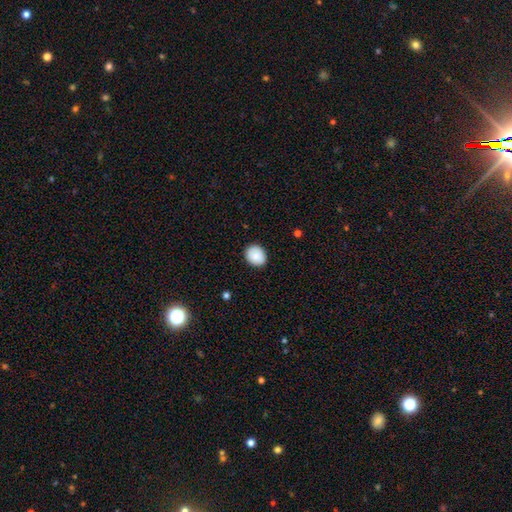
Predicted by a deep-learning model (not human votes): smooth-or-featured: smooth: 88% | star or artifact: 7% | featured or disk: 5%
  how-rounded: round: 54% | in between: 46% | cigar-shaped: 1%
  merging: none: 88% | minor disturbance: 9% | major disturbance: 2% | merger: 1%